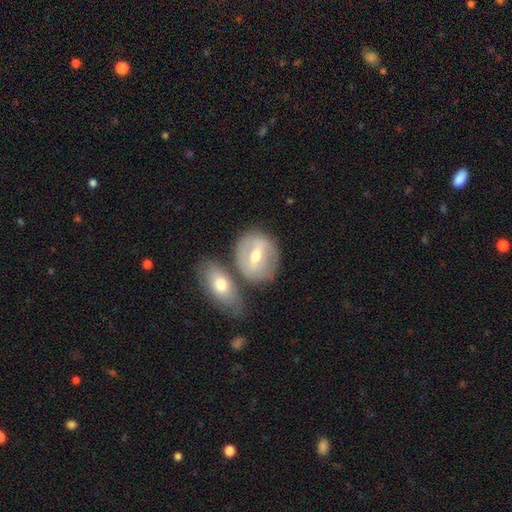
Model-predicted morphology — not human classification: smooth-or-featured: featured or disk: 57% | smooth: 37% | star or artifact: 6%
  disk-edge-on: no: 89% | yes: 11%
    bar: strong: 43% | weak: 39% | no: 19%
    has-spiral-arms: no: 63% | yes: 37%
    bulge-size: moderate: 70% | small: 24% | large: 3% | none: 1% | dominant: 1%
  merging: none: 58% | merger: 23% | minor disturbance: 14% | major disturbance: 4%